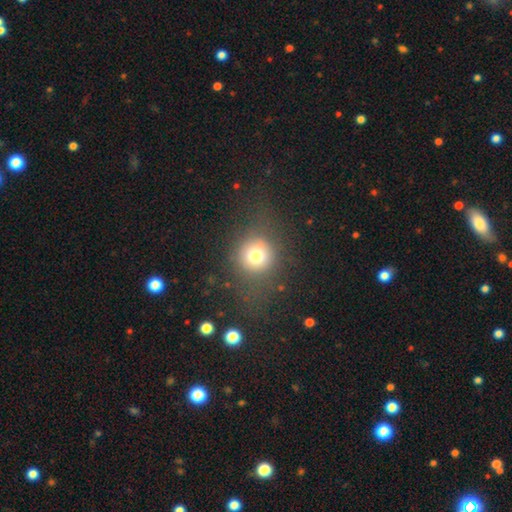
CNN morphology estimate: This is likely a smooth galaxy (73%). How rounded: clearly round (87%). Merging: likely none (73%).